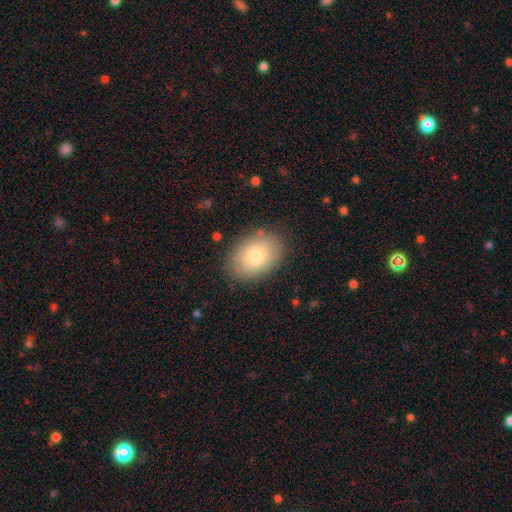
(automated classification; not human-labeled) Morphology: type=smooth (77%); roundness=in between (81%); merging=none (84%).